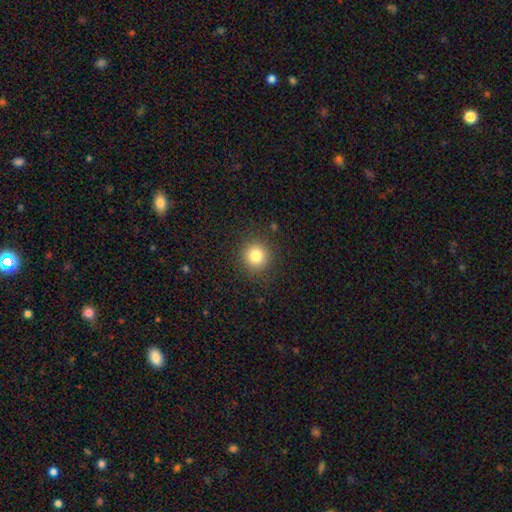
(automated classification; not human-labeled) smooth-or-featured: smooth: 83% | star or artifact: 11% | featured or disk: 6%
  how-rounded: round: 92% | in between: 7% | cigar-shaped: 1%
  merging: none: 89% | minor disturbance: 7% | major disturbance: 3% | merger: 1%